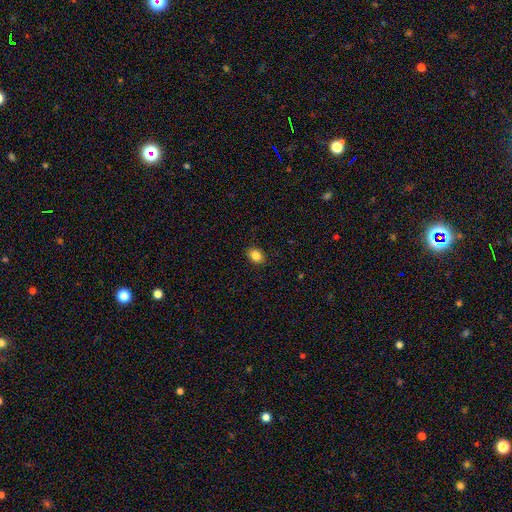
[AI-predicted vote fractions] smooth 85%, star or artifact 10%, featured or disk 5%. Down the decision tree: how rounded — in between (61%); merging — none (89%).